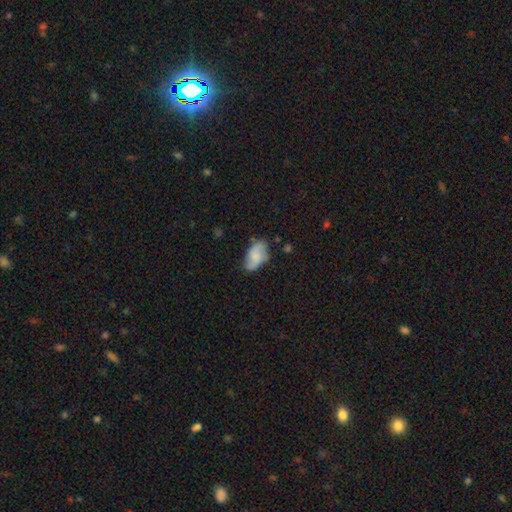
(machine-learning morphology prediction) smooth_or_featured: smooth (p=0.67) [alt: featured or disk p=0.25]
how_rounded: in between (p=0.93) [alt: round p=0.05]
merging: none (p=0.62) [alt: minor disturbance p=0.27]